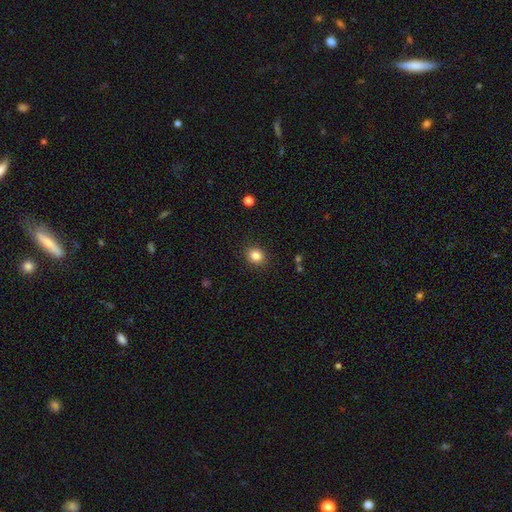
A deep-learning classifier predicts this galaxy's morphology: Q: Smooth or featured?
A: smooth (84%); runner-up: star or artifact (11%)
Q: How rounded?
A: round (69%); runner-up: in between (30%)
Q: Merging?
A: none (89%); runner-up: minor disturbance (7%)